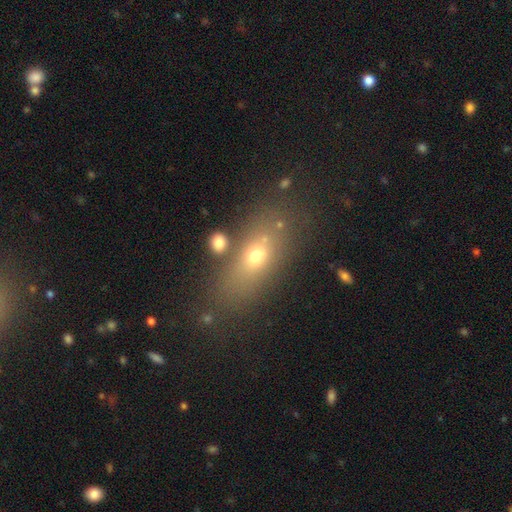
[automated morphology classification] This appears to be a smooth galaxy with no disk features (60%) that is in between round and cigar-shaped (65%). Merging: none (71%).